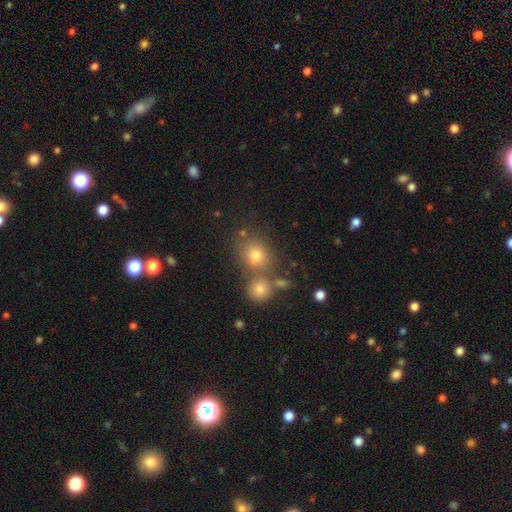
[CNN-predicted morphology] smooth_or_featured: smooth (p=0.71) [alt: star or artifact p=0.17]
how_rounded: round (p=0.74) [alt: in between p=0.25]
merging: none (p=0.60) [alt: merger p=0.26]